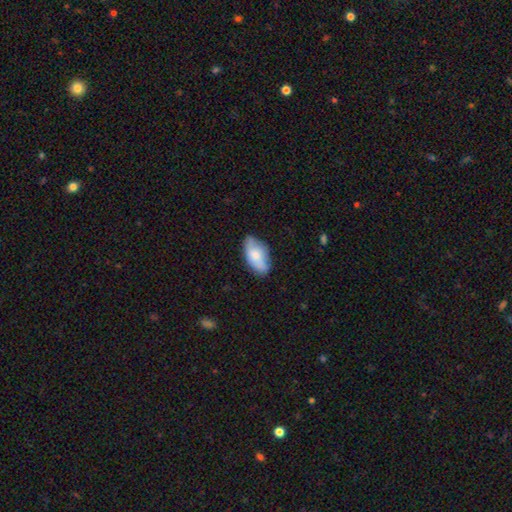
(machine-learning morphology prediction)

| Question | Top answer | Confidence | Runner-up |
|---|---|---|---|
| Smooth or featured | smooth | 70% | featured or disk (24%) |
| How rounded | in between | 93% | cigar-shaped (3%) |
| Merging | none | 68% | minor disturbance (25%) |